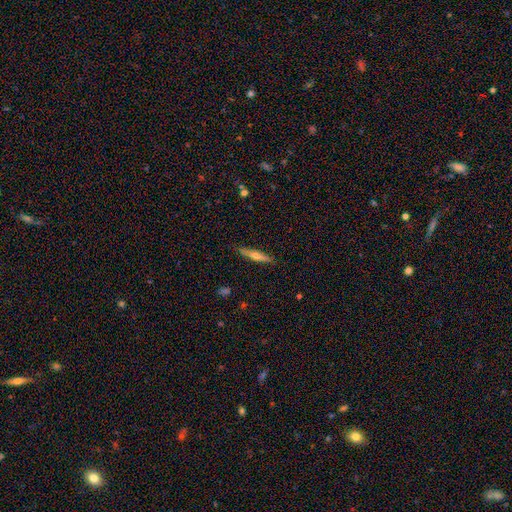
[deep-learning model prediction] Smooth or featured?
  - featured or disk: 51% *
  - smooth: 43%
  - star or artifact: 6%
Edge-on disk?
  - yes: 94% *
  - no: 6%
Merging?
  - none: 88% *
  - minor disturbance: 9%
  - major disturbance: 2%
  - merger: 1%